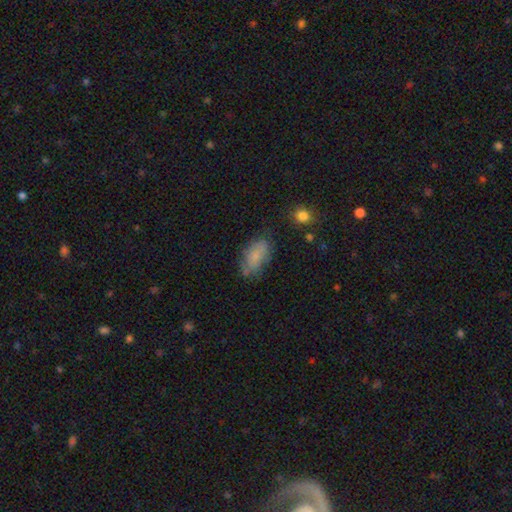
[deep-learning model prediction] Overall: smooth (76%). How rounded: in between (90%). Merging: none (62%; minor disturbance 26%).